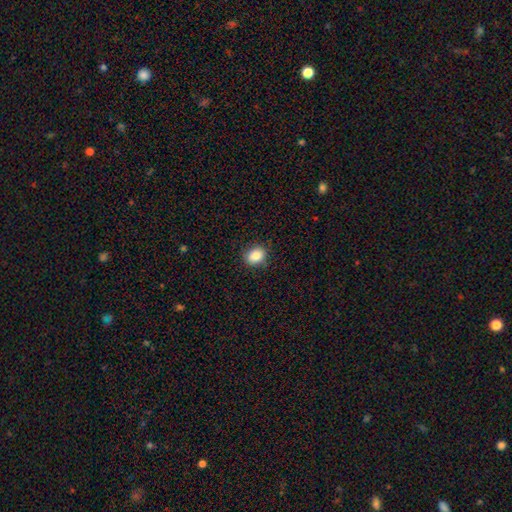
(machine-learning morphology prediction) type=smooth (86%); roundness=in between (55%); merging=none (86%).